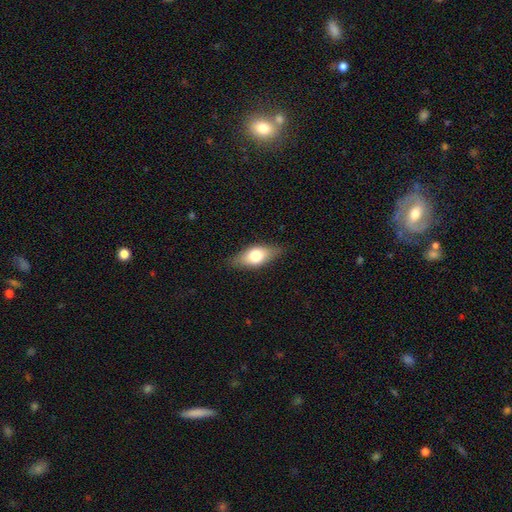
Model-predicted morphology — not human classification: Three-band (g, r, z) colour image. It shows a smooth galaxy with no disk features (65%) that is in between round and cigar-shaped (81%). Merging: none (83%).